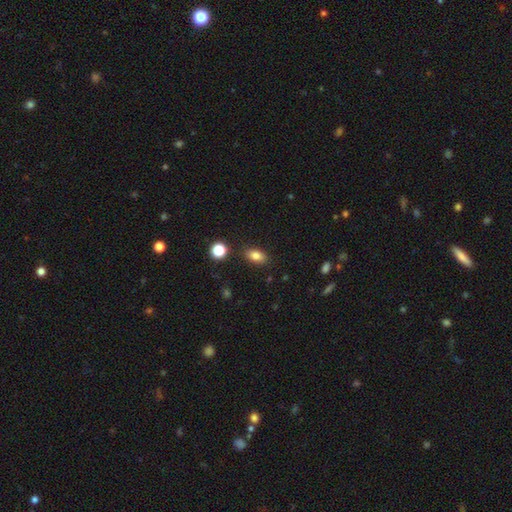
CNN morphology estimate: smooth 81%, star or artifact 10%, featured or disk 8%. Down the decision tree: how rounded — in between (85%); merging — none (86%).